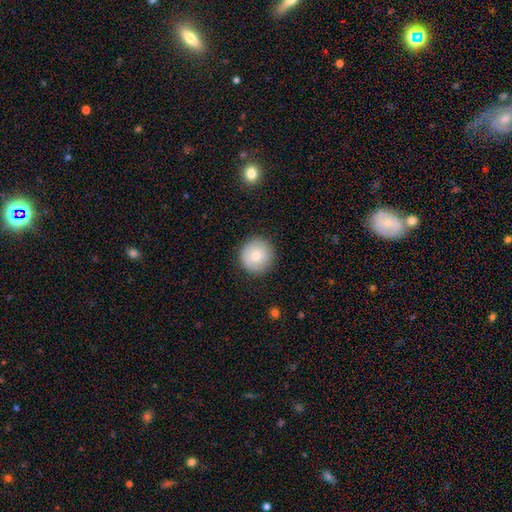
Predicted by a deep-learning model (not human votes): A smooth galaxy with no disk features (75%) that is round (96%). Merging: none (89%).